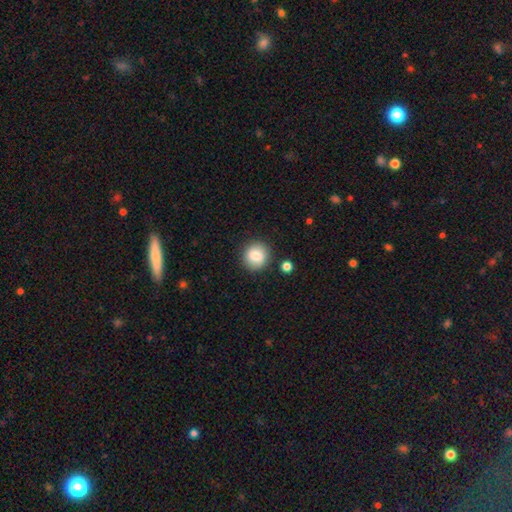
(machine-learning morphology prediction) Smooth or featured?
  - smooth: 83% *
  - featured or disk: 9%
  - star or artifact: 9%
How rounded?
  - round: 89% *
  - in between: 10%
  - cigar-shaped: 1%
Merging?
  - none: 87% *
  - minor disturbance: 8%
  - merger: 3%
  - major disturbance: 2%